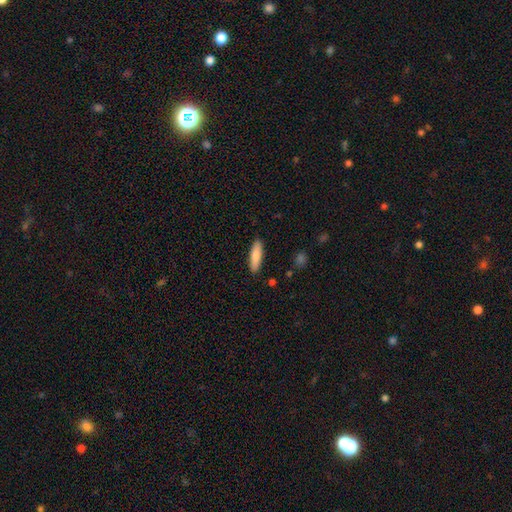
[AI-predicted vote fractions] smooth-or-featured: smooth: 80% | featured or disk: 14% | star or artifact: 6%
  how-rounded: cigar-shaped: 64% | in between: 34% | round: 2%
  merging: none: 89% | minor disturbance: 8% | major disturbance: 2% | merger: 1%